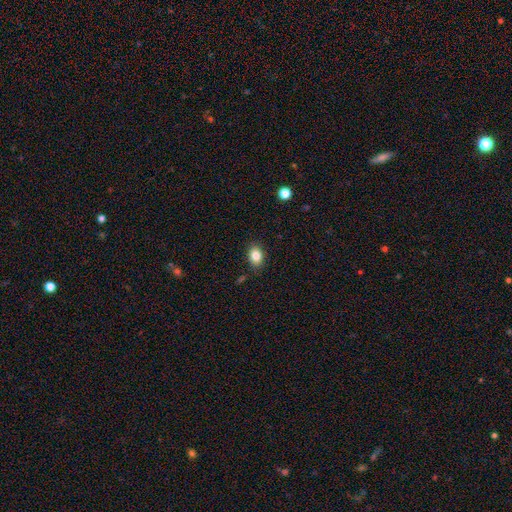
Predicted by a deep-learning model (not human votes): Overall: smooth (85%). How rounded: in between (76%). Merging: none (86%).